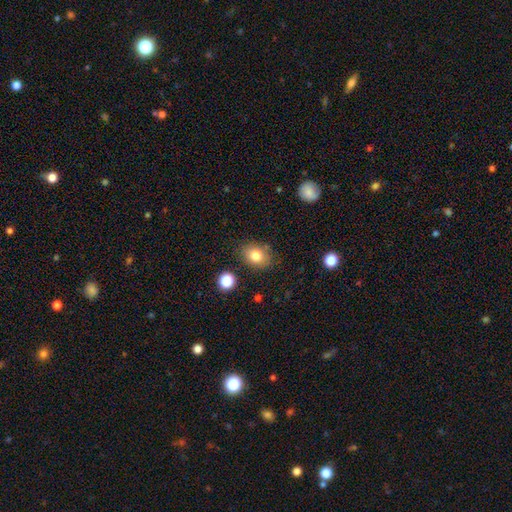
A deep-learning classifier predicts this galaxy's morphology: A smooth galaxy with no disk features (80%) that is in between round and cigar-shaped (60%).

Vote fractions:
- Smooth or featured? smooth: 80% / star or artifact: 10% / featured or disk: 9%
- How rounded? in between: 60% / round: 39% / cigar-shaped: 1%
- Merging? none: 81% / minor disturbance: 12% / major disturbance: 3% / merger: 3%